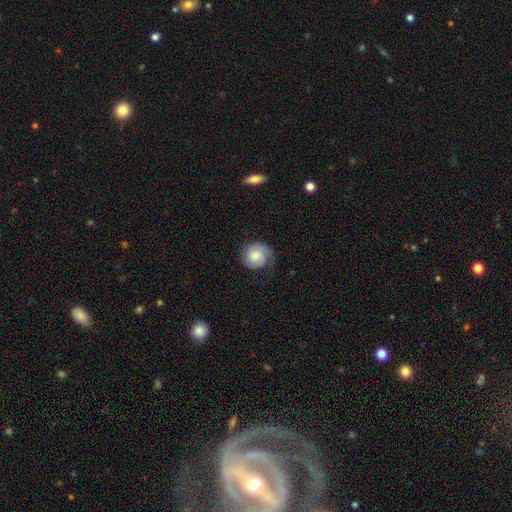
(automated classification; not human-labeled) Smooth or featured: featured or disk — 47% (smooth — 46%)
Merging: none — 62% (minor disturbance — 24%)